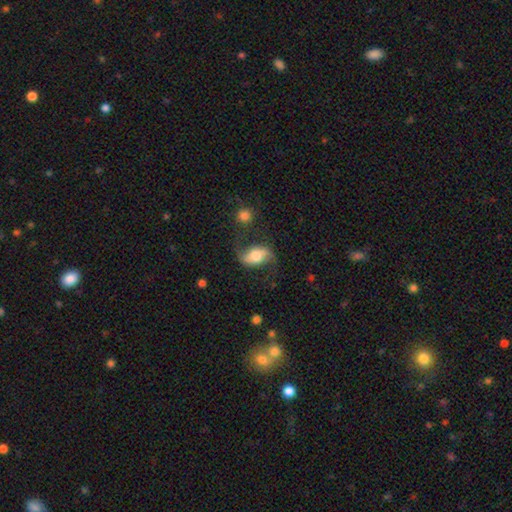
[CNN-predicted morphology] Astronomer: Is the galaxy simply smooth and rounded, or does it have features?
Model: featured or disk — 59% (runner-up: smooth, 34%).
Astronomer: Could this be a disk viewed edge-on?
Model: no — 94%.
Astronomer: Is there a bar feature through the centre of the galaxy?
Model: no — 40% (runner-up: weak, 34%).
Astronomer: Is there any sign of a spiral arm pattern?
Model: yes — 87%.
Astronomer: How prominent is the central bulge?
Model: moderate — 58%.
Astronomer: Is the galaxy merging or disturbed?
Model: none — 65%.